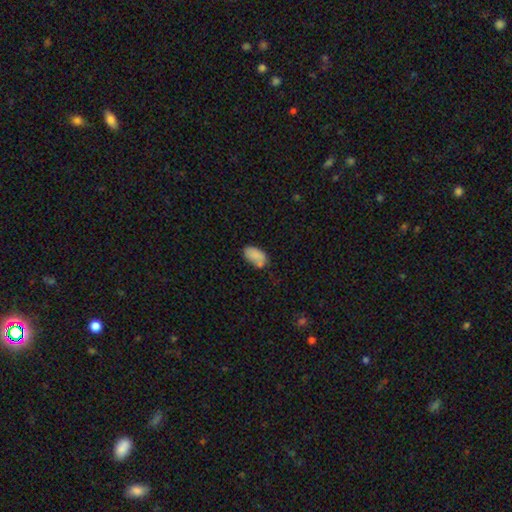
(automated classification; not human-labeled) The model was most divided on "merging": none: 58%, minor disturbance: 24%, merger: 12%, major disturbance: 7%. More confident: how rounded — in between (93%); smooth or featured — smooth (83%).